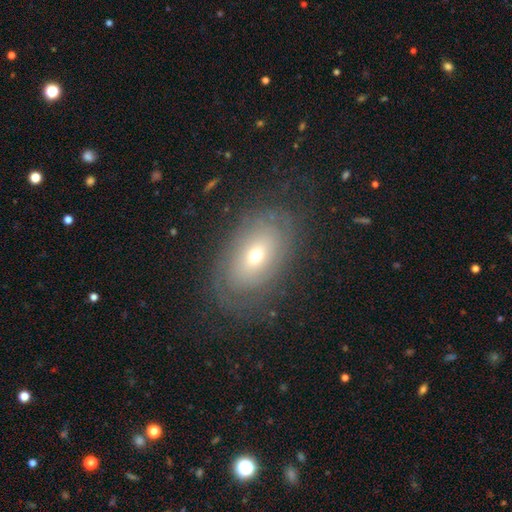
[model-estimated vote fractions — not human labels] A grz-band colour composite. It shows a featured or disk galaxy (48%). Merging: none (71%).